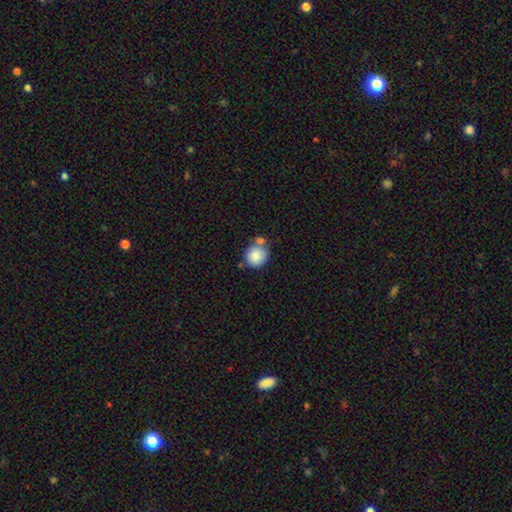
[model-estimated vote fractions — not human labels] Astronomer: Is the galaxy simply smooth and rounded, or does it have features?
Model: smooth — 83%.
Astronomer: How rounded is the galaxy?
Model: round — 88%.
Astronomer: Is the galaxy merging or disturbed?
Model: none — 53%.